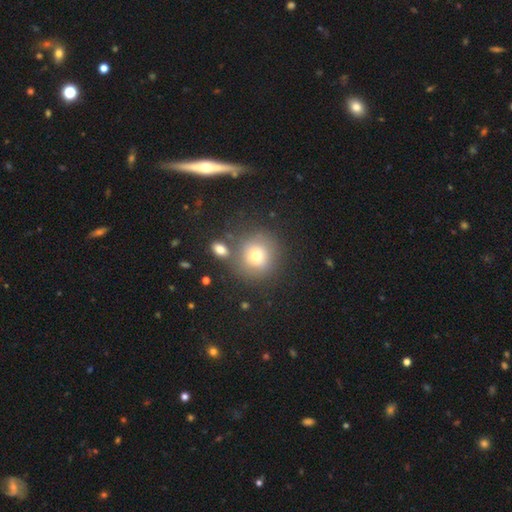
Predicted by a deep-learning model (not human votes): The model was most divided on "smooth or featured": smooth: 73%, featured or disk: 14%, star or artifact: 14%. More confident: how rounded — round (91%); merging — none (72%).